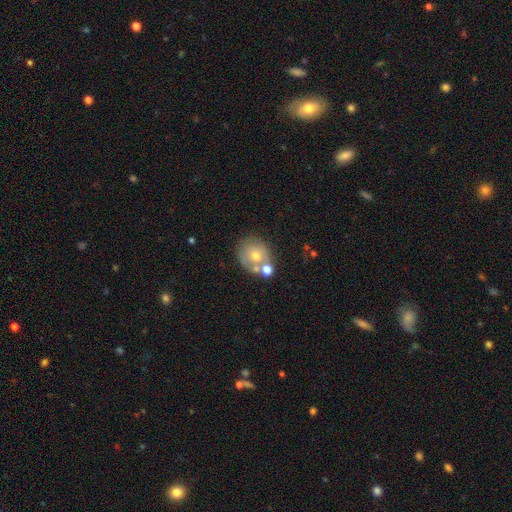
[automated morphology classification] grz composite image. It shows a smooth galaxy with no disk features (53%) that is round (77%). Merging: none (54%).